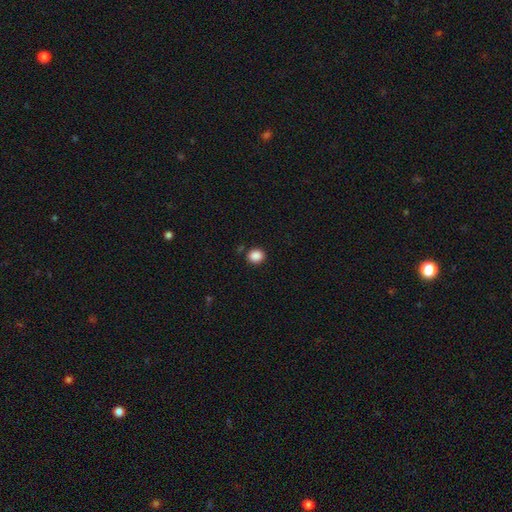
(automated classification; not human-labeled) smooth 88%, star or artifact 10%, featured or disk 3%. Down the decision tree: how rounded — round (71%); merging — none (86%).